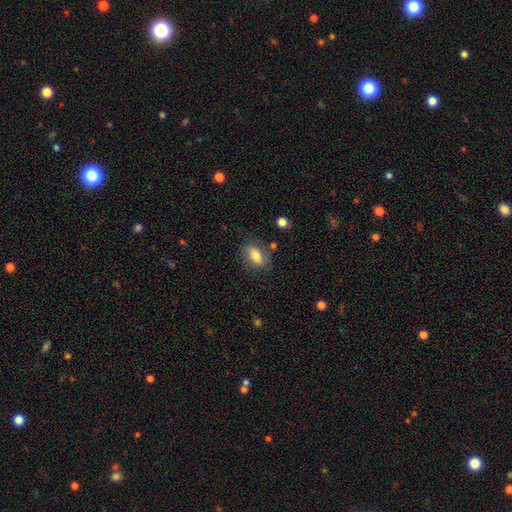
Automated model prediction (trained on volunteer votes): smooth-or-featured: smooth: 70% | featured or disk: 22% | star or artifact: 8%
  how-rounded: in between: 84% | round: 10% | cigar-shaped: 6%
  merging: none: 73% | minor disturbance: 17% | major disturbance: 6% | merger: 4%